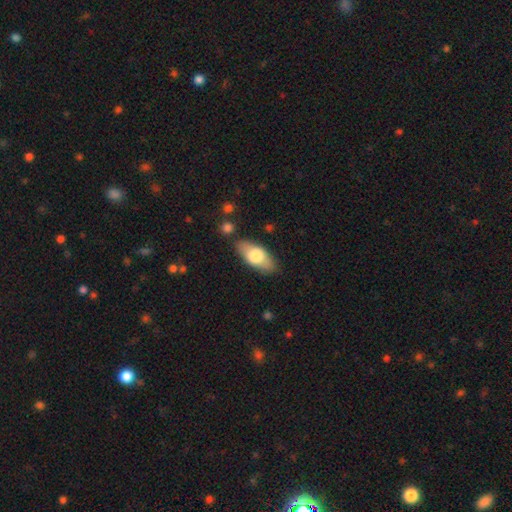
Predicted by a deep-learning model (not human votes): This is likely a smooth galaxy (69%). How rounded: clearly in between (84%). Merging: clearly none (82%).